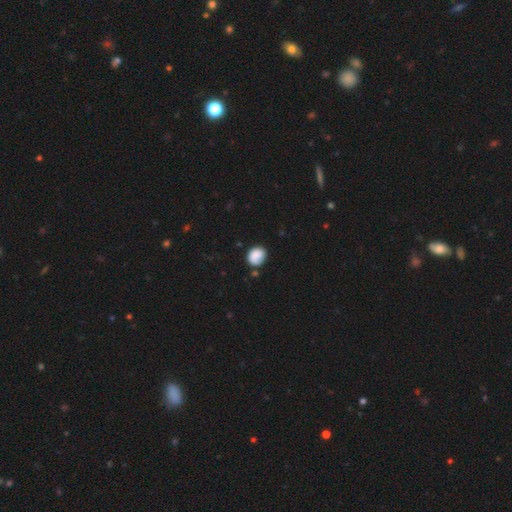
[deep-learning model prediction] Smooth or featured: smooth — 81% (featured or disk — 12%)
How rounded: round — 60% (in between — 39%)
Merging: none — 68% (minor disturbance — 22%)